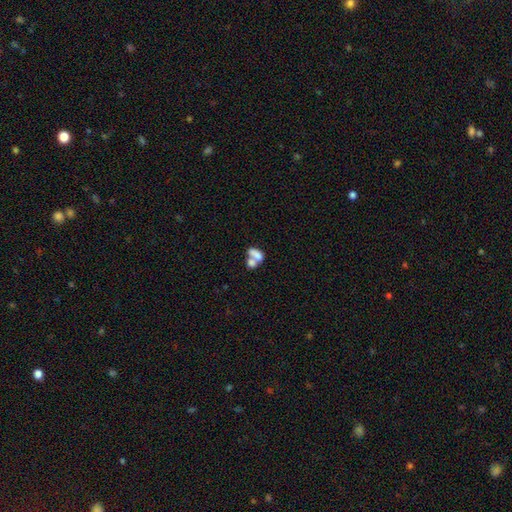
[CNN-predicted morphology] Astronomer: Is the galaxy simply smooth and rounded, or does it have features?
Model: smooth — 71%.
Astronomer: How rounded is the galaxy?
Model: in between — 81%.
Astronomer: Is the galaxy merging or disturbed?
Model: merger — 64%.